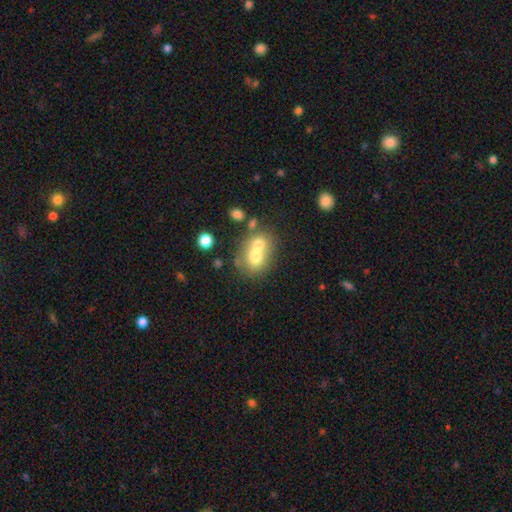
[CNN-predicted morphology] smooth-or-featured: smooth: 66% | featured or disk: 23% | star or artifact: 11%
  how-rounded: round: 63% | in between: 36% | cigar-shaped: 1%
  merging: merger: 61% | none: 28% | minor disturbance: 7% | major disturbance: 4%